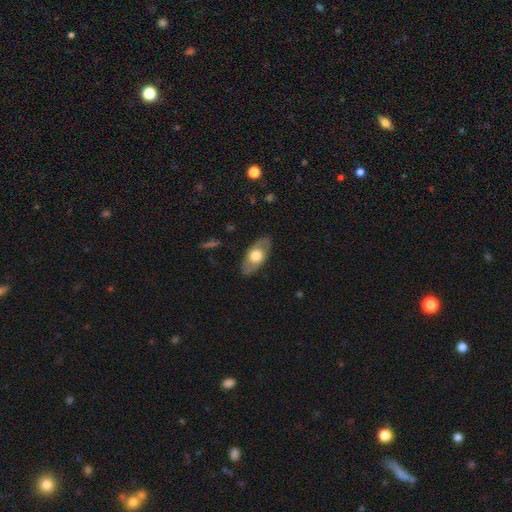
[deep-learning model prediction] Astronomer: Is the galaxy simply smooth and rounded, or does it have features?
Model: smooth — 53% (runner-up: featured or disk, 42%).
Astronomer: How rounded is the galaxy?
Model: in between — 90%.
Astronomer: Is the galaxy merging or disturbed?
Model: none — 83%.